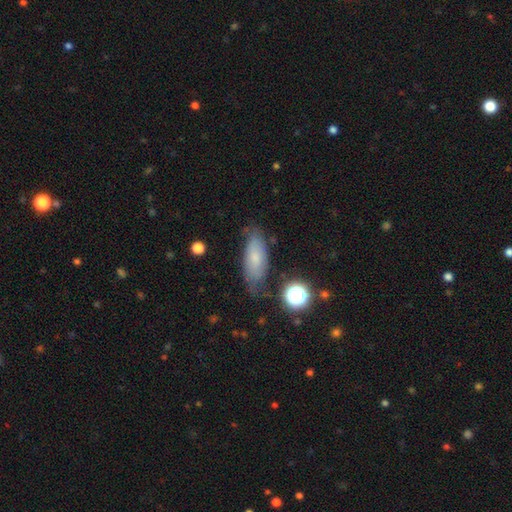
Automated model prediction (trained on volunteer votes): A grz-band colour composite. It shows a smooth galaxy with no disk features (63%) that is in between round and cigar-shaped (76%). Merging: none (63%).